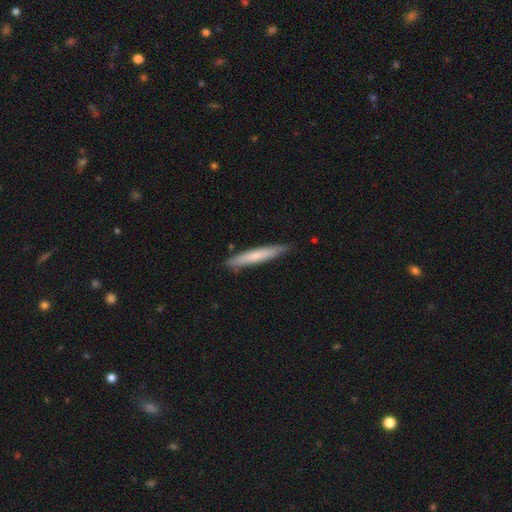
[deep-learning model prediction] A smooth galaxy with no disk features (69%) that is cigar-shaped (94%).

Vote fractions:
- Smooth or featured? smooth: 69% / featured or disk: 26% / star or artifact: 5%
- How rounded? cigar-shaped: 94% / in between: 5% / round: 1%
- Merging? none: 86% / minor disturbance: 12% / major disturbance: 2% / merger: 1%